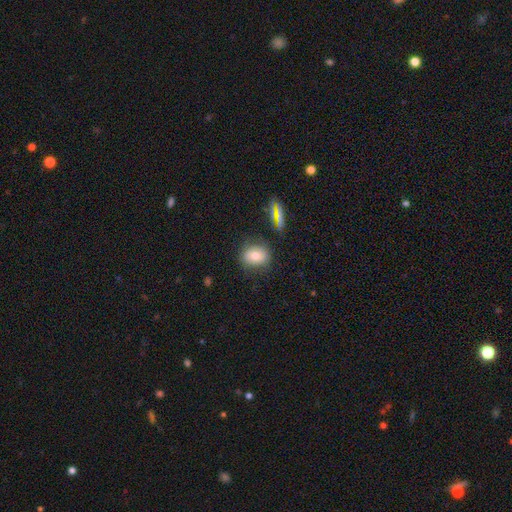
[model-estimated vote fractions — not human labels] The model was most divided on "how rounded": round: 59%, in between: 39%, cigar-shaped: 1%. More confident: merging — none (76%); smooth or featured — smooth (67%).